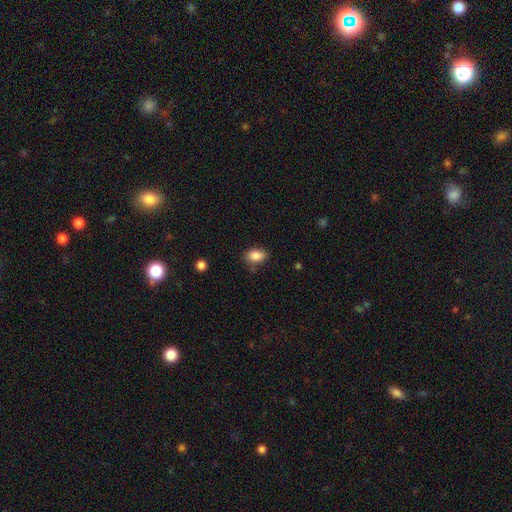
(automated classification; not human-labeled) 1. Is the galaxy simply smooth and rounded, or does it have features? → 86% smooth, 8% star or artifact, 6% featured or disk.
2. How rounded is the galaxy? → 85% in between, 14% round, 2% cigar-shaped.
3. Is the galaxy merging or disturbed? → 77% none, 17% minor disturbance, 4% major disturbance, 3% merger.